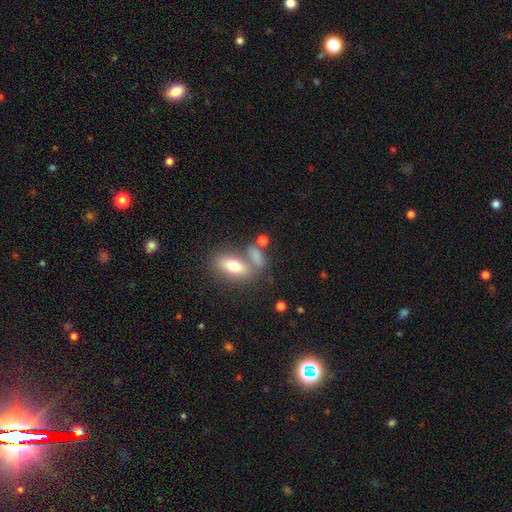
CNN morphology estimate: A smooth galaxy with no disk features (74%) that is in between round and cigar-shaped (70%).

Vote fractions:
- Smooth or featured? smooth: 74% / featured or disk: 15% / star or artifact: 11%
- How rounded? in between: 70% / cigar-shaped: 16% / round: 13%
- Merging? none: 47% / merger: 31% / minor disturbance: 14% / major disturbance: 8%